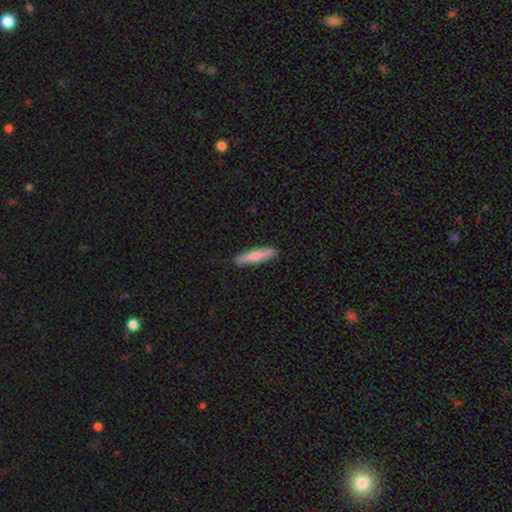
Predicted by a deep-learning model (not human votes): Overall: smooth (76%). How rounded: cigar-shaped (89%). Merging: none (89%).